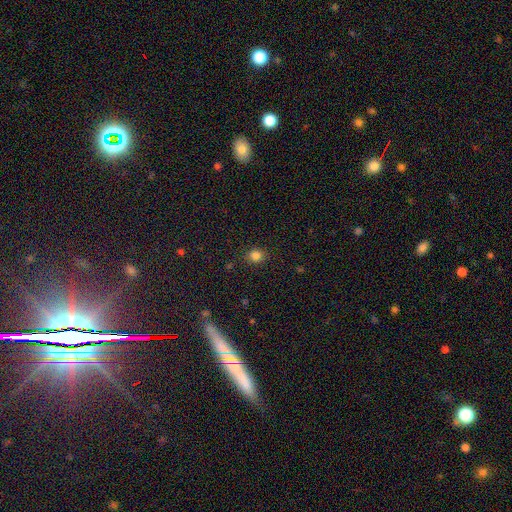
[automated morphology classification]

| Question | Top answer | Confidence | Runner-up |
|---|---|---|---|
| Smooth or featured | smooth | 83% | star or artifact (13%) |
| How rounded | round | 74% | in between (25%) |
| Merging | none | 87% | minor disturbance (9%) |